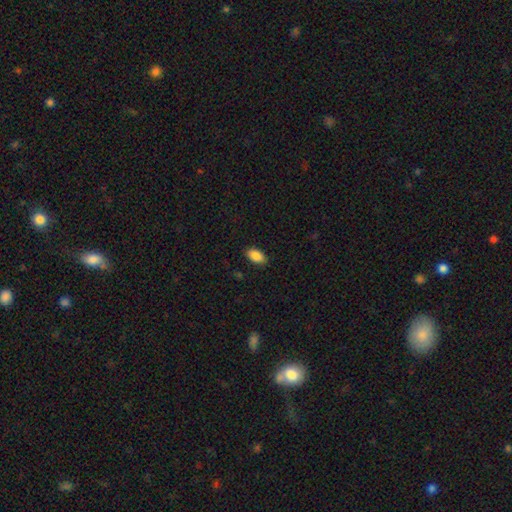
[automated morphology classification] The model was most divided on "merging": none: 88%, minor disturbance: 9%, major disturbance: 2%, merger: 1%. More confident: how rounded — in between (94%); smooth or featured — smooth (89%).